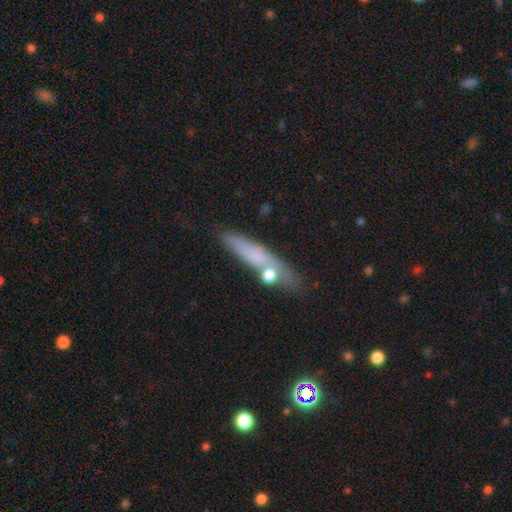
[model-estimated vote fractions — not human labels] smooth 59%, featured or disk 31%, star or artifact 10%. Down the decision tree: how rounded — cigar-shaped (83%); merging — none (74%).